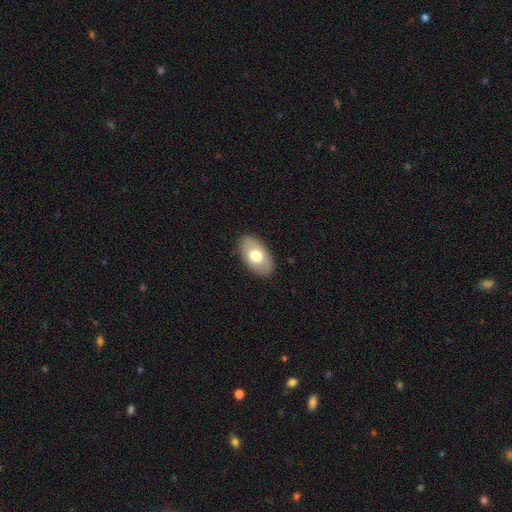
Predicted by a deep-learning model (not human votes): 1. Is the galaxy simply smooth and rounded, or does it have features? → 66% smooth, 28% featured or disk, 6% star or artifact.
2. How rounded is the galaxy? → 93% in between, 6% round, 1% cigar-shaped.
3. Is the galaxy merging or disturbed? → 85% none, 11% minor disturbance, 3% major disturbance, 1% merger.